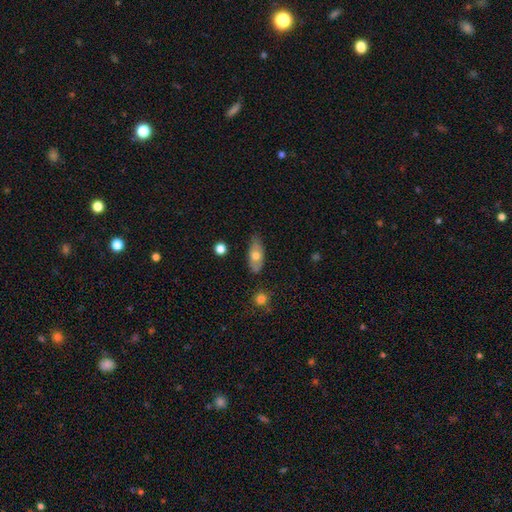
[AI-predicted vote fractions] Q: Smooth or featured?
A: smooth (65%); runner-up: featured or disk (29%)
Q: How rounded?
A: in between (84%); runner-up: cigar-shaped (11%)
Q: Merging?
A: none (66%); runner-up: minor disturbance (27%)